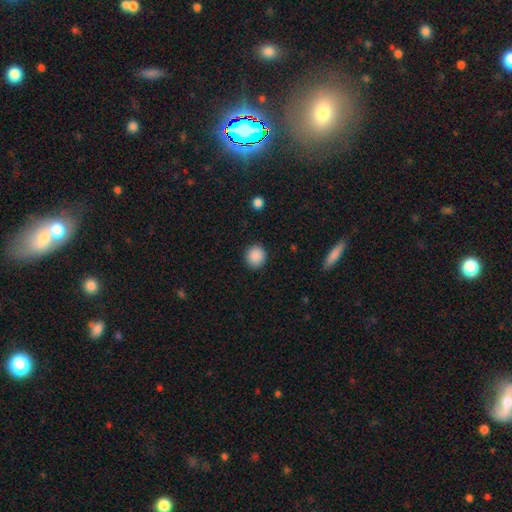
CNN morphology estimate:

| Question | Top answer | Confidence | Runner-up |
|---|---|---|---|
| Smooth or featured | smooth | 89% | star or artifact (8%) |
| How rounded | round | 89% | in between (10%) |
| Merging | none | 90% | minor disturbance (6%) |